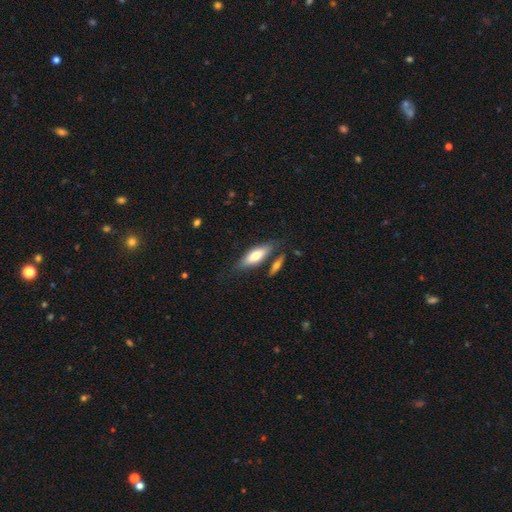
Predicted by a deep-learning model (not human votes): Morphology: type=smooth (68%); roundness=in between (62%); merging=none (70%).